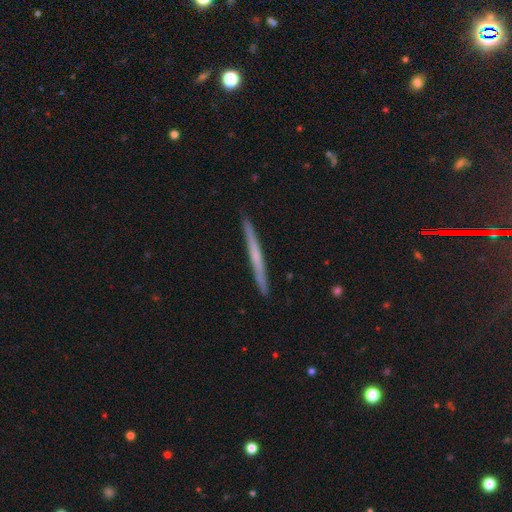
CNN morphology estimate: A featured or disk galaxy (56%) viewed edge-on (98%) with no central bulge (76%).

Vote fractions:
- Smooth or featured? featured or disk: 56% / smooth: 38% / star or artifact: 6%
- Edge-on disk? yes: 98% / no: 2%
- Edge-on bulge? none: 76% / rounded: 20% / boxy: 5%
- Merging? none: 92% / minor disturbance: 6% / major disturbance: 1% / merger: 1%